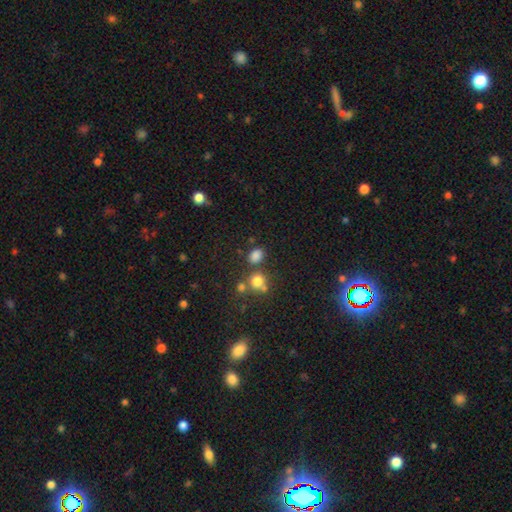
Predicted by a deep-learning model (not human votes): The model was most divided on "how rounded": in between: 51%, round: 48%, cigar-shaped: 1%. More confident: smooth or featured — smooth (79%); merging — none (68%).